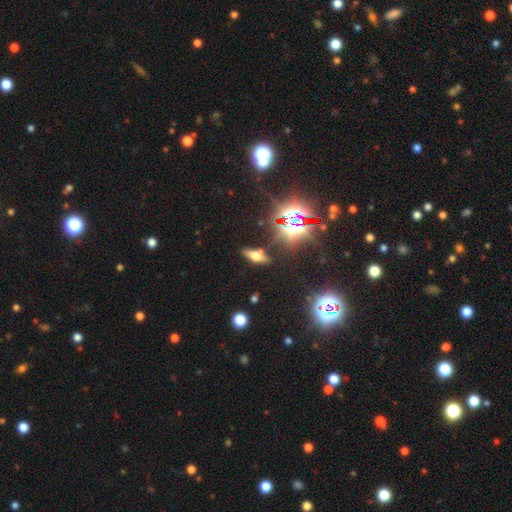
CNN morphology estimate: A smooth galaxy with no disk features (41%). Merging: none (79%).